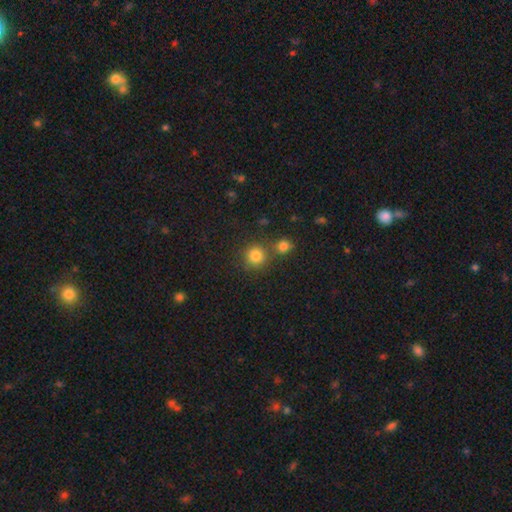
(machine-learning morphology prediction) A smooth galaxy with no disk features (81%) that is round (91%). Merging: none (71%).